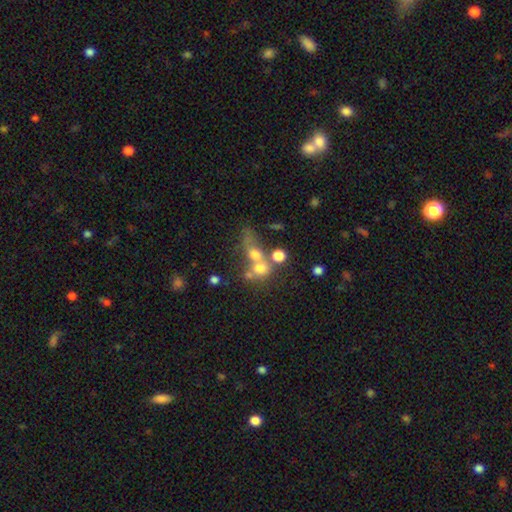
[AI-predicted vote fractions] Smooth or featured? smooth (54%)
How rounded? round (66%)
Merging? merger (55%)